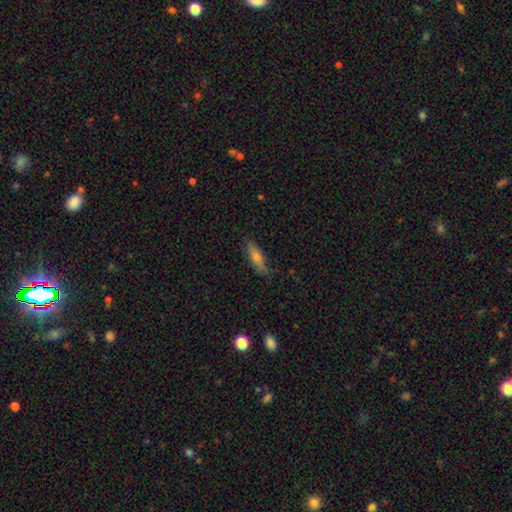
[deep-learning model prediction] This is likely a smooth galaxy (67%). How rounded: possibly cigar-shaped (59%). Merging: likely none (76%).